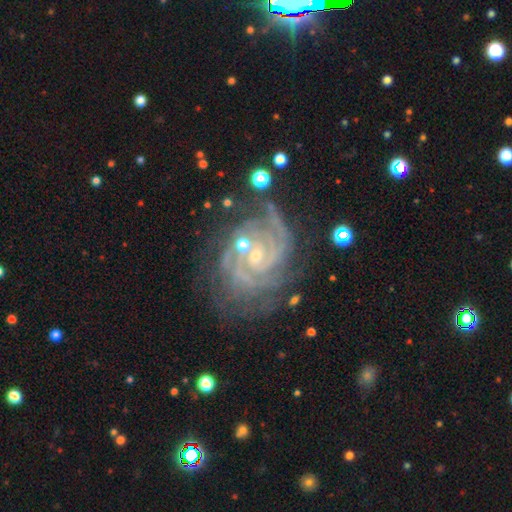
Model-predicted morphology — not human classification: featured or disk 89%, star or artifact 7%, smooth 4%. Down the decision tree: edge-on disk — no (98%); bar — no (58%); spiral arms — yes (98%); spiral arm count — 2 (28%); spiral winding — tight (71%); bulge size — small (75%); merging — none (68%).